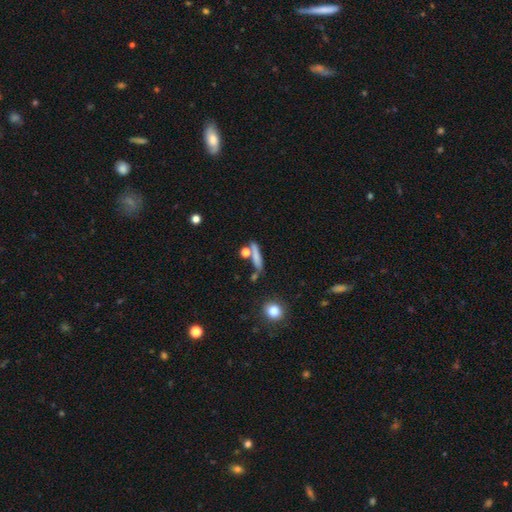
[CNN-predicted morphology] smooth-or-featured: smooth: 70% | featured or disk: 20% | star or artifact: 10%
  how-rounded: cigar-shaped: 76% | in between: 16% | round: 8%
  merging: none: 64% | merger: 16% | minor disturbance: 13% | major disturbance: 6%